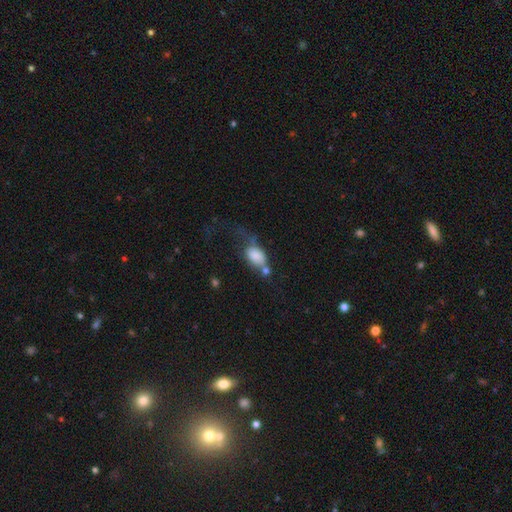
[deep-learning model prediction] Morphology: type=smooth (76%); roundness=in between (86%); merging=merger (32%).